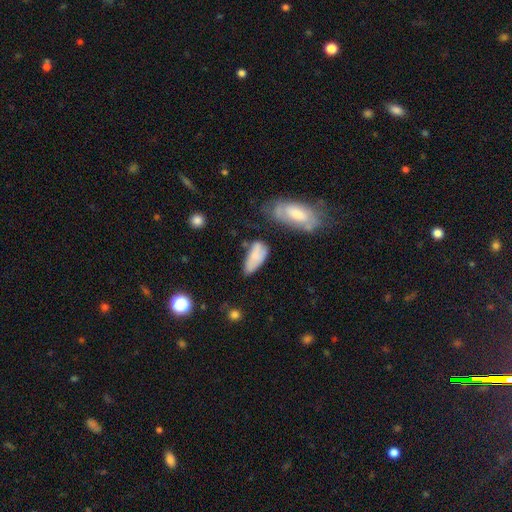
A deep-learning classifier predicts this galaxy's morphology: Q: Smooth or featured?
A: smooth (70%); runner-up: featured or disk (22%)
Q: How rounded?
A: in between (85%); runner-up: cigar-shaped (12%)
Q: Merging?
A: none (35%); runner-up: minor disturbance (34%)